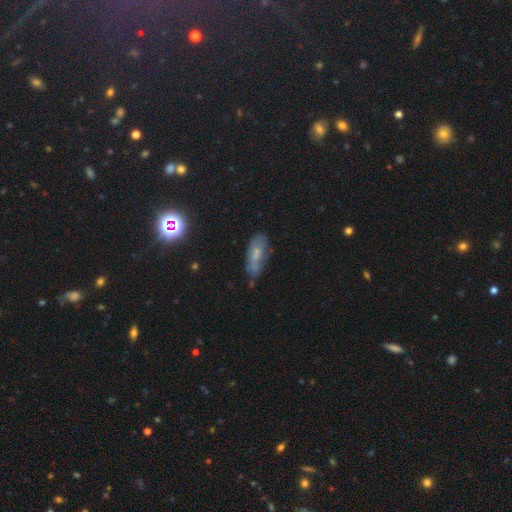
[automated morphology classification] Smooth or featured?
  - smooth: 53% *
  - featured or disk: 34%
  - star or artifact: 13%
How rounded?
  - in between: 77% *
  - cigar-shaped: 20%
  - round: 3%
Merging?
  - none: 47% *
  - minor disturbance: 33%
  - major disturbance: 15%
  - merger: 6%